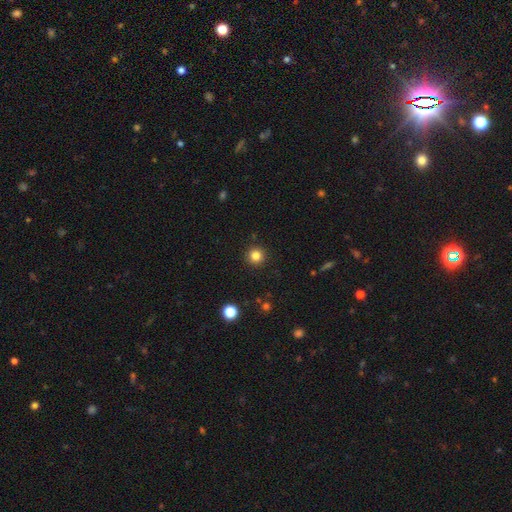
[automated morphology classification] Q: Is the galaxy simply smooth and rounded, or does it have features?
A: smooth — 83%.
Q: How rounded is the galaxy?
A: round — 95%.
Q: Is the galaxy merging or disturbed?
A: none — 92%.